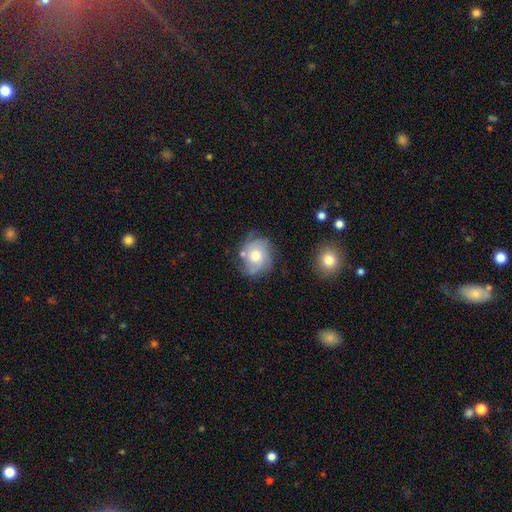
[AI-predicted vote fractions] The model was most divided on "spiral arm count" (2-way tie): can't tell: 31%, 3: 31%, 2: 19%, 4: 9%, 1: 5%, more than 4: 5%. Remaining: edge-on disk — no (97%); spiral arms — yes (86%); bar — no (79%); merging — none (66%); bulge size — moderate (63%); smooth or featured — featured or disk (62%); spiral winding — tight (49%).